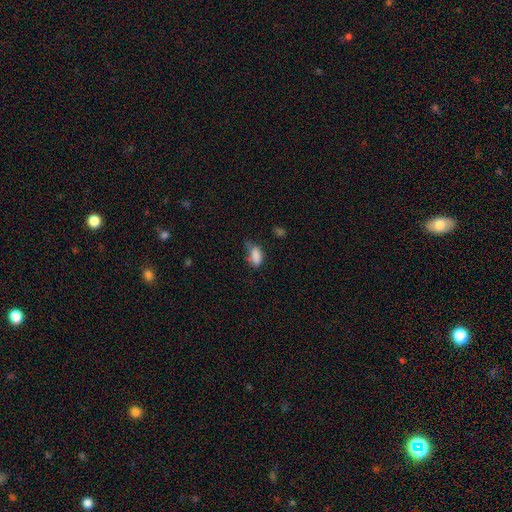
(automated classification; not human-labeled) This appears to be a smooth galaxy with no disk features (83%) that is in between round and cigar-shaped (88%). Merging: minor disturbance (40%).